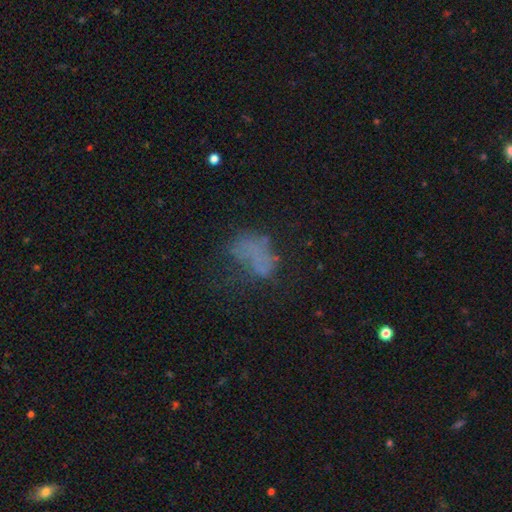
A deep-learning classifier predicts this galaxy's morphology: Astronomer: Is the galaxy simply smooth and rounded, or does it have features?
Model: smooth — 44% (runner-up: featured or disk, 34%).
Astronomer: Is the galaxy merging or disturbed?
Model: none — 36%, tied with major disturbance at 36%.